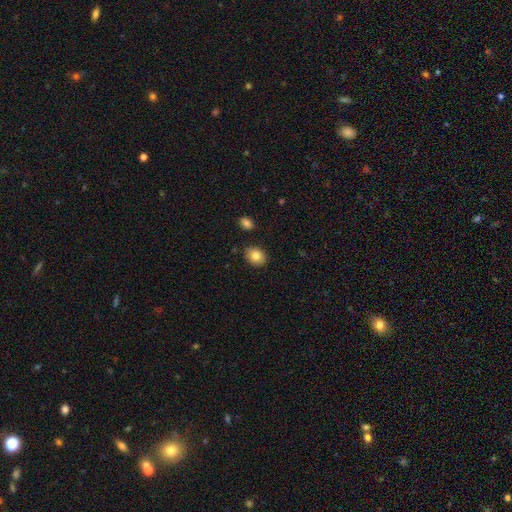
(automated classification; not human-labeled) Smooth or featured? Predicted: smooth (p=0.84). How rounded? Predicted: round (p=0.51). Merging? Predicted: none (p=0.86).